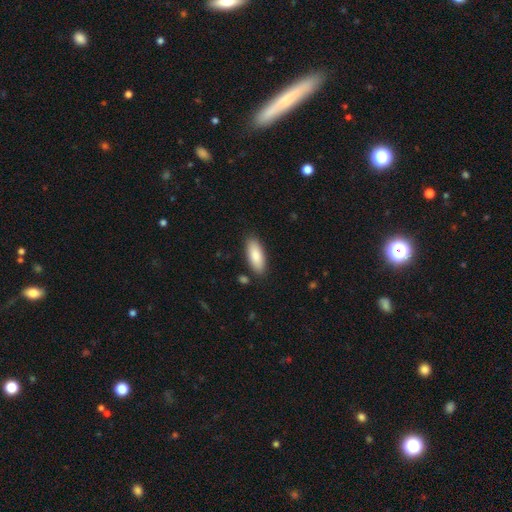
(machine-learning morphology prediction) This is clearly a smooth galaxy (86%). How rounded: likely in between (79%). Merging: clearly none (86%).